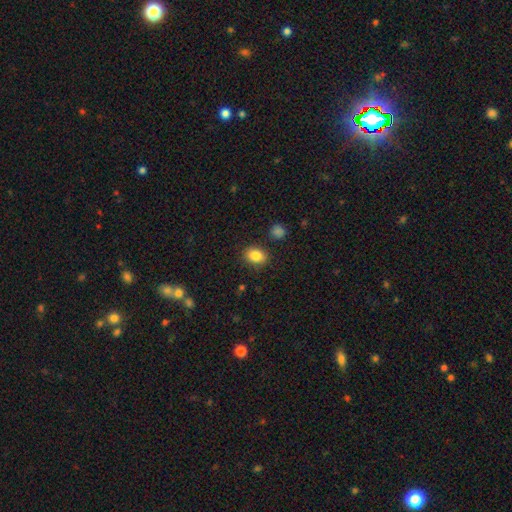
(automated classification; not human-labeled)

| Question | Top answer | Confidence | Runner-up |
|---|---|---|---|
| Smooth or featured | smooth | 85% | star or artifact (9%) |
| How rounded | in between | 62% | round (37%) |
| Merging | none | 86% | minor disturbance (9%) |